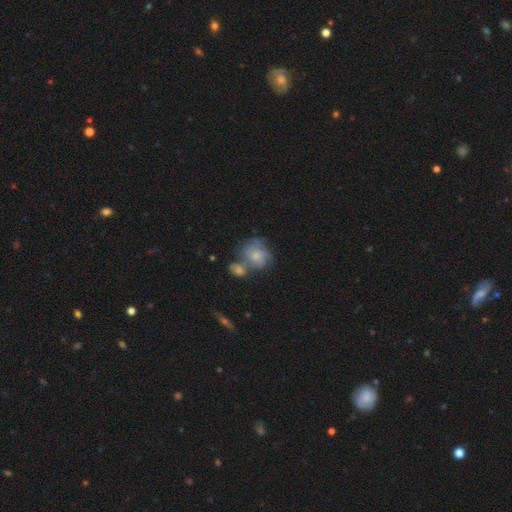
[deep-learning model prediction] A featured or disk galaxy (50%).

Vote fractions:
- Smooth or featured? featured or disk: 50% / smooth: 41% / star or artifact: 9%
- Merging? none: 41% / merger: 29% / minor disturbance: 19% / major disturbance: 11%